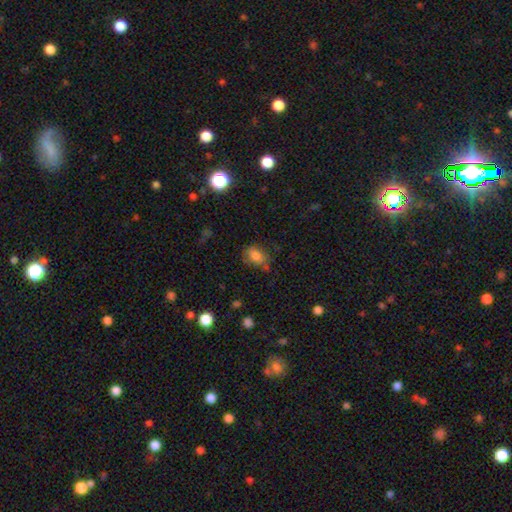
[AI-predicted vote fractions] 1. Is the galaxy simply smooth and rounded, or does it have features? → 76% smooth, 12% featured or disk, 12% star or artifact.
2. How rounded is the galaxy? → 69% in between, 29% round, 1% cigar-shaped.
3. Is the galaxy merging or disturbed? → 56% none, 27% minor disturbance, 12% major disturbance, 5% merger.